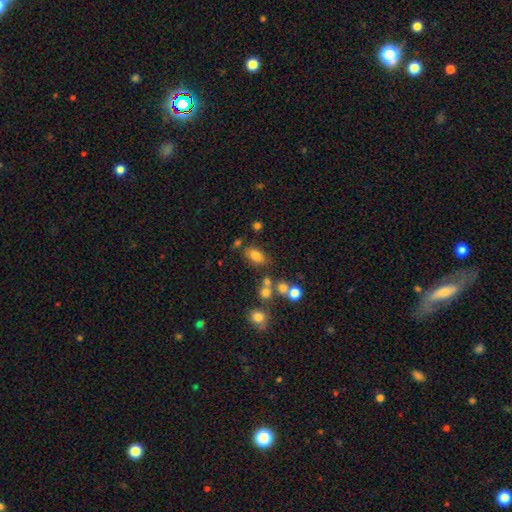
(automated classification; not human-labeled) smooth-or-featured: smooth: 77% | star or artifact: 13% | featured or disk: 10%
  how-rounded: in between: 83% | round: 15% | cigar-shaped: 2%
  merging: none: 70% | minor disturbance: 14% | merger: 11% | major disturbance: 5%